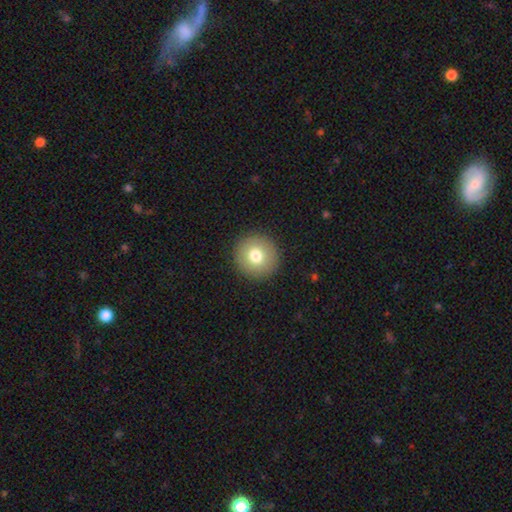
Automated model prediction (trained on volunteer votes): Morphology: type=smooth (76%); roundness=round (95%); merging=none (92%).